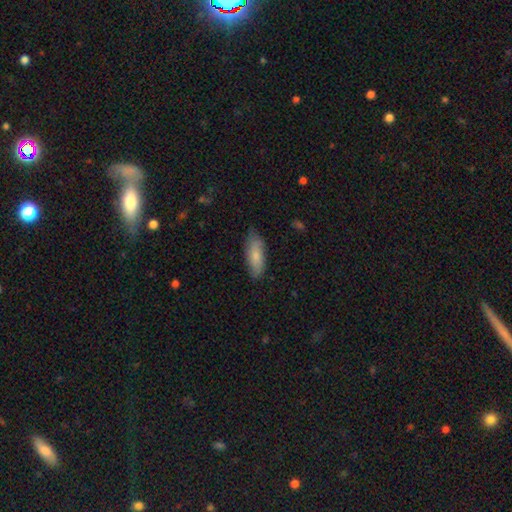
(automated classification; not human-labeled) Morphology: type=smooth (77%); roundness=in between (69%); merging=none (77%).